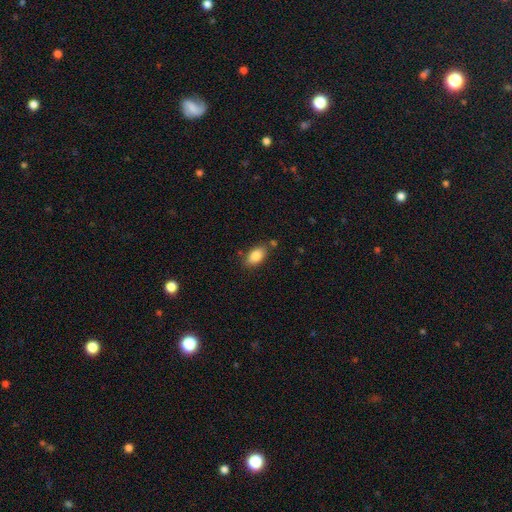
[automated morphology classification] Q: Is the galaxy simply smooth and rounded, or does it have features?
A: smooth — 86%.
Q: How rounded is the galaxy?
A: in between — 91%.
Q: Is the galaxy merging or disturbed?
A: none — 76%.